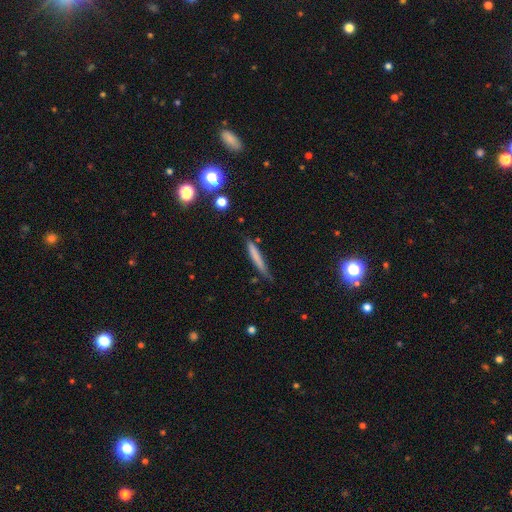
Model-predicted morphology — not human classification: Smooth or featured? smooth (69%)
How rounded? cigar-shaped (94%)
Merging? none (71%)